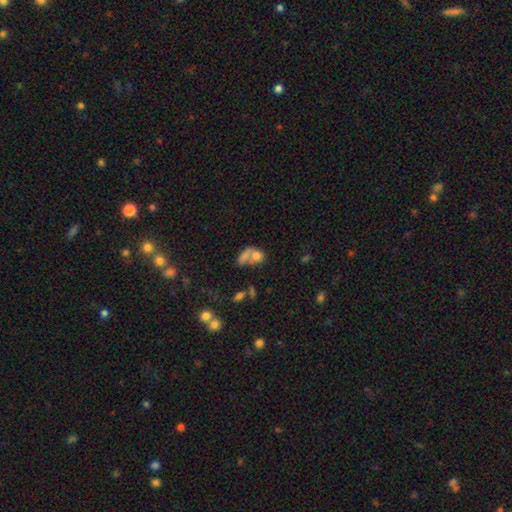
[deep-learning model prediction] Morphology: type=smooth (71%); roundness=in between (59%); merging=merger (56%).